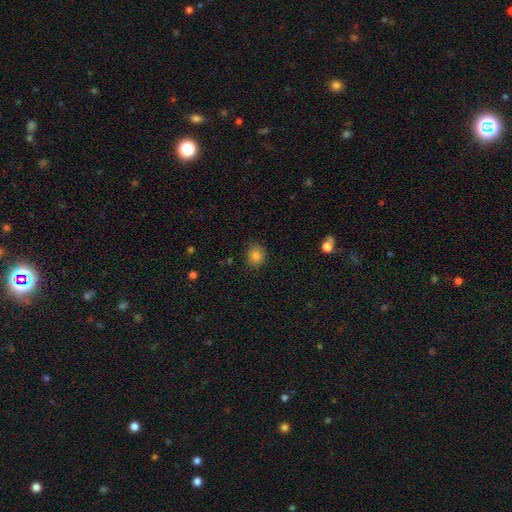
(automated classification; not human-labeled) Smooth or featured: smooth — 83% (star or artifact — 11%)
How rounded: round — 73% (in between — 26%)
Merging: none — 87% (minor disturbance — 10%)